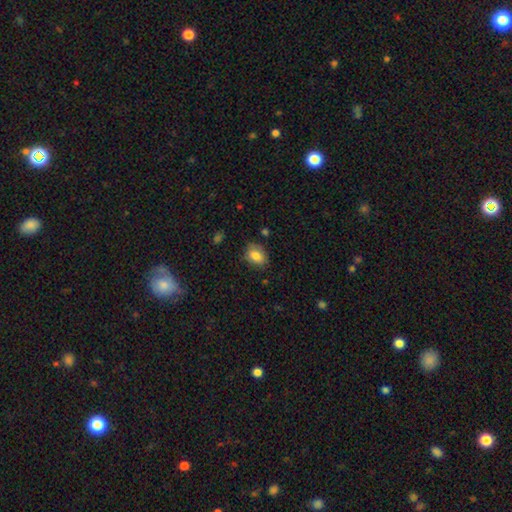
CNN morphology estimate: Smooth or featured?
  - smooth: 83% *
  - featured or disk: 9%
  - star or artifact: 8%
How rounded?
  - in between: 77% *
  - round: 22%
  - cigar-shaped: 1%
Merging?
  - none: 73% *
  - minor disturbance: 21%
  - major disturbance: 4%
  - merger: 2%